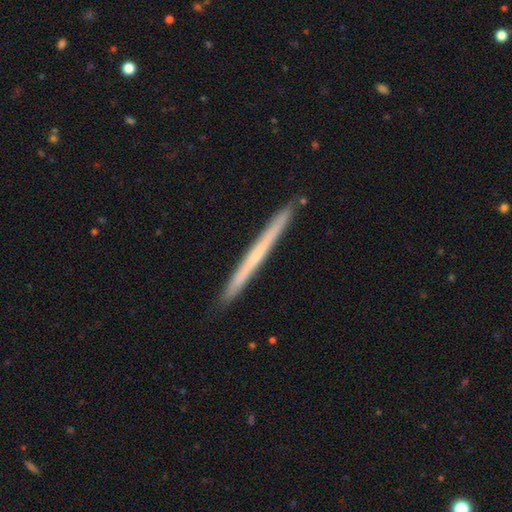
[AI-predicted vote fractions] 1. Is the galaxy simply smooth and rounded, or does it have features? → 56% featured or disk, 39% smooth, 5% star or artifact.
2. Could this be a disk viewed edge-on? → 97% yes, 3% no.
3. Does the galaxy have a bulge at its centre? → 83% none, 14% rounded, 3% boxy.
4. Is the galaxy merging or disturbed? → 91% none, 6% minor disturbance, 1% merger, 1% major disturbance.